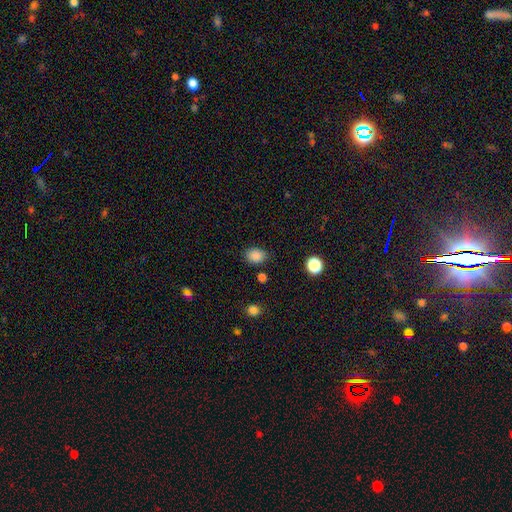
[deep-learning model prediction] The model was most divided on "how rounded": in between: 67%, round: 32%, cigar-shaped: 1%. More confident: smooth or featured — smooth (86%); merging — none (81%).